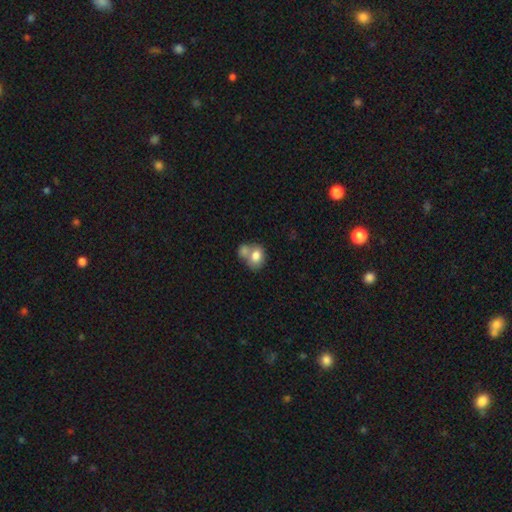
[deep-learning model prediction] A smooth galaxy with no disk features (77%) that is in between round and cigar-shaped (58%).

Vote fractions:
- Smooth or featured? smooth: 77% / featured or disk: 15% / star or artifact: 8%
- How rounded? in between: 58% / round: 41% / cigar-shaped: 1%
- Merging? merger: 57% / none: 28% / minor disturbance: 11% / major disturbance: 5%